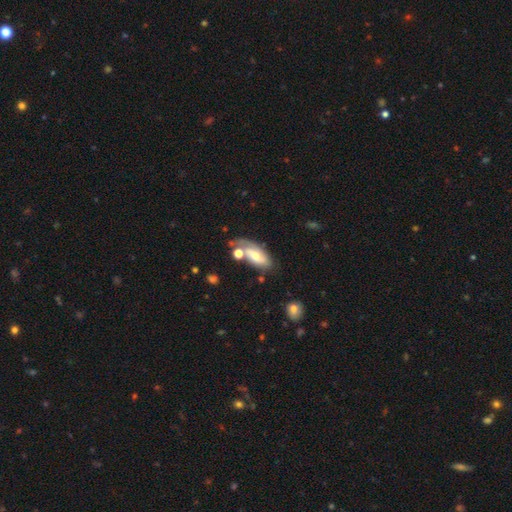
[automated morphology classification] Smooth or featured? featured or disk (47%)
Merging? none (43%)